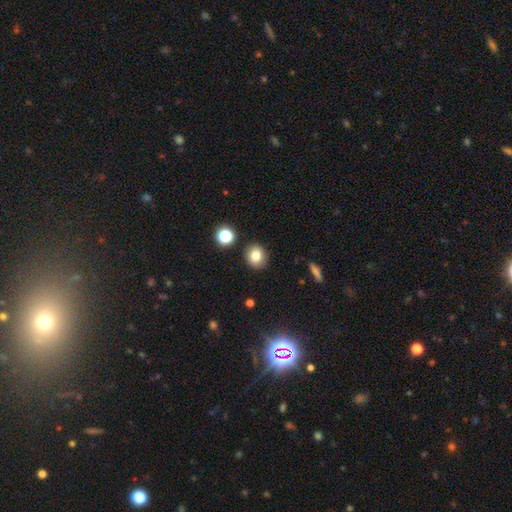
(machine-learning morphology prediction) Smooth or featured? smooth (80%)
How rounded? round (78%)
Merging? none (88%)